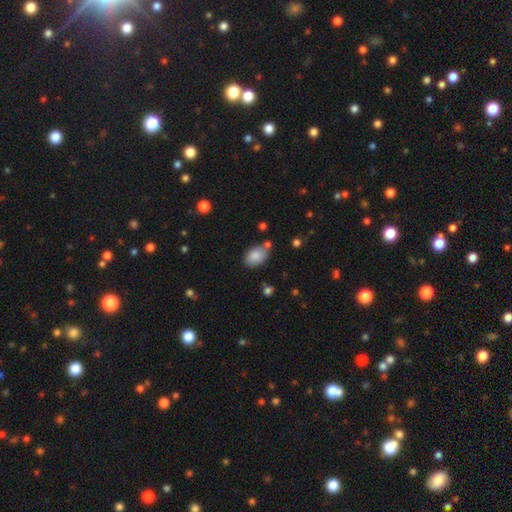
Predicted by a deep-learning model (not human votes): Overall: smooth (86%). How rounded: in between (89%). Merging: none (71%).